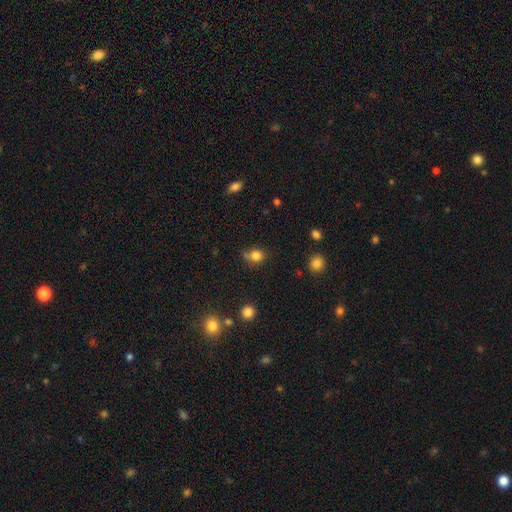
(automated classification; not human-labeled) Morphology: type=smooth (81%); roundness=round (68%); merging=none (60%).